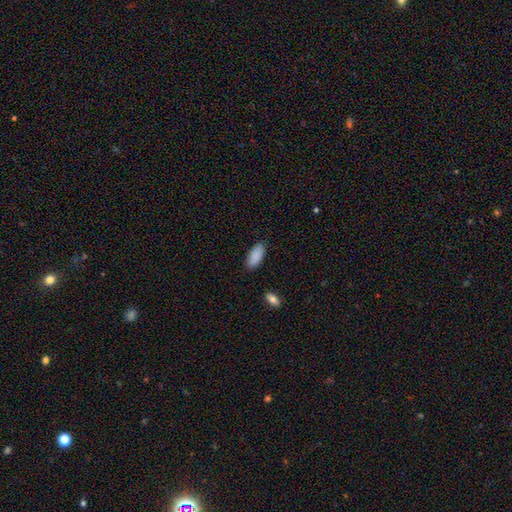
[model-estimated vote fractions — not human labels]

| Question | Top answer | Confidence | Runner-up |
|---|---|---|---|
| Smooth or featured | smooth | 90% | star or artifact (6%) |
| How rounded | in between | 86% | cigar-shaped (12%) |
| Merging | none | 85% | minor disturbance (11%) |